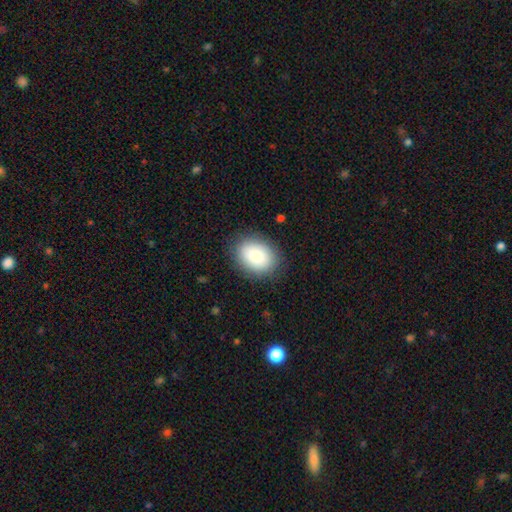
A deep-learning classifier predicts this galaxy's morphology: This is clearly a smooth galaxy (85%). How rounded: likely in between (65%). Merging: clearly none (86%).